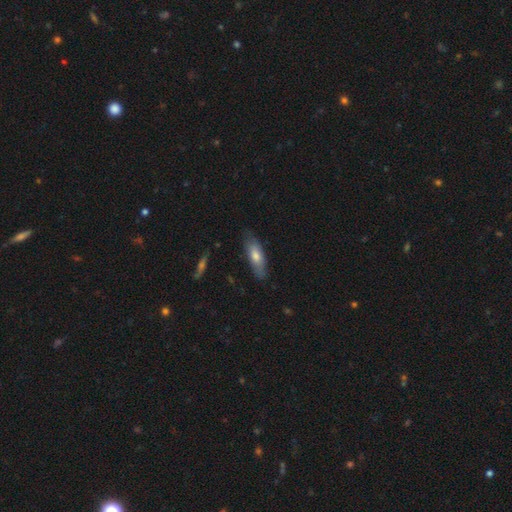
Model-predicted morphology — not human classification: This appears to be a smooth galaxy with no disk features (65%) that is in between round and cigar-shaped (58%). Merging: none (78%).